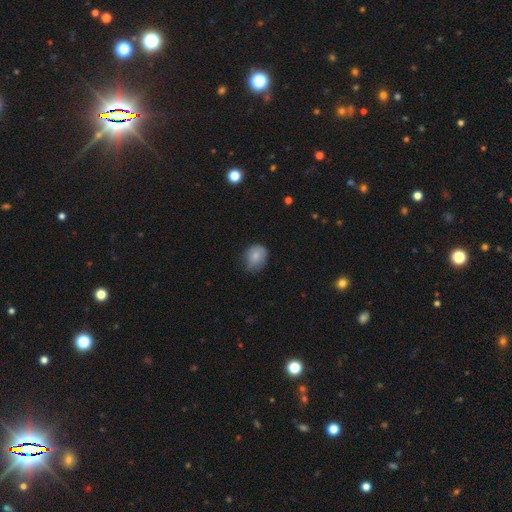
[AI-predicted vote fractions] Smooth or featured? Predicted: smooth (p=0.82). How rounded? Predicted: round (p=0.53). Merging? Predicted: none (p=0.57).